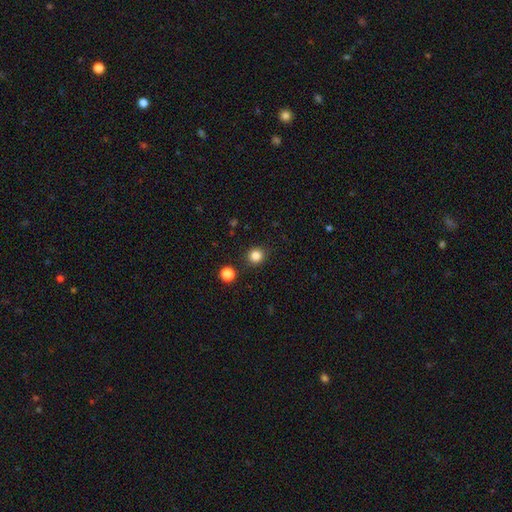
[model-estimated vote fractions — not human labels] Q: Smooth or featured?
A: smooth (84%); runner-up: star or artifact (12%)
Q: How rounded?
A: round (91%); runner-up: in between (8%)
Q: Merging?
A: none (89%); runner-up: minor disturbance (7%)